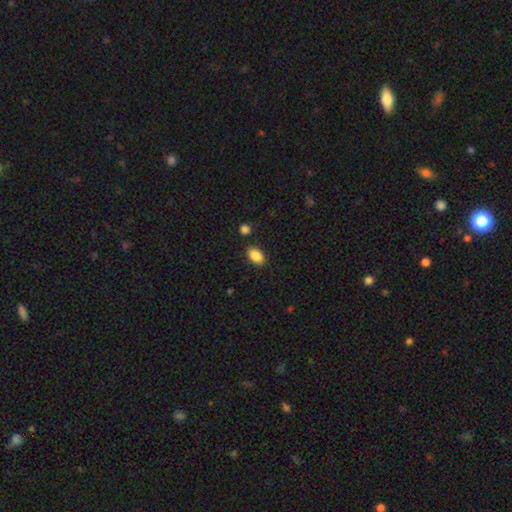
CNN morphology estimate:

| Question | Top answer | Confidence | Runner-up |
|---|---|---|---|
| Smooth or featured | smooth | 88% | star or artifact (7%) |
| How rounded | in between | 90% | round (9%) |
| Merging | none | 84% | minor disturbance (10%) |